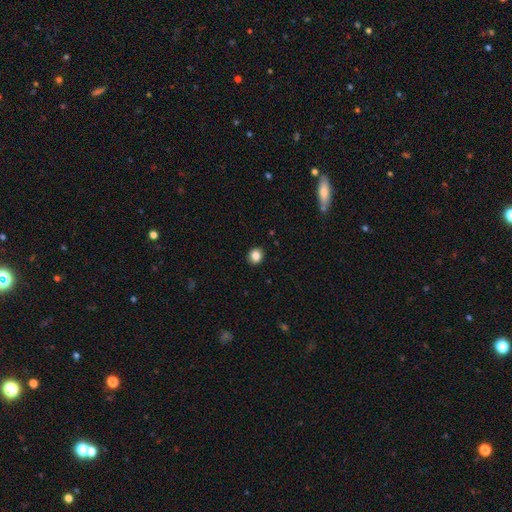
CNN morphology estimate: Smooth or featured?
  - smooth: 85% *
  - star or artifact: 10%
  - featured or disk: 6%
How rounded?
  - round: 74% *
  - in between: 25%
  - cigar-shaped: 1%
Merging?
  - none: 90% *
  - minor disturbance: 7%
  - major disturbance: 2%
  - merger: 1%